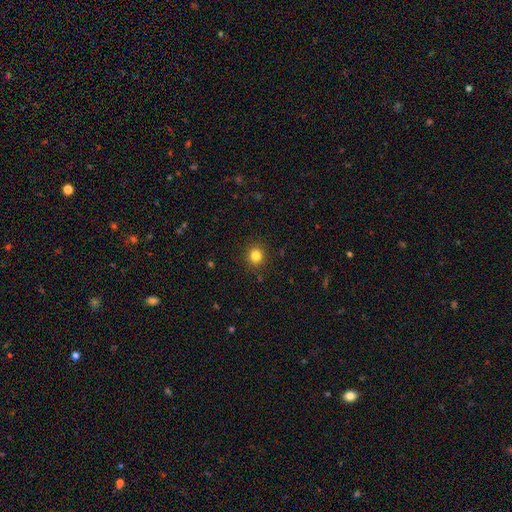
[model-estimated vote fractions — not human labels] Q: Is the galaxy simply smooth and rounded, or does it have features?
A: smooth — 82%.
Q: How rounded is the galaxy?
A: round — 90%.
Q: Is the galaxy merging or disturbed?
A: none — 91%.